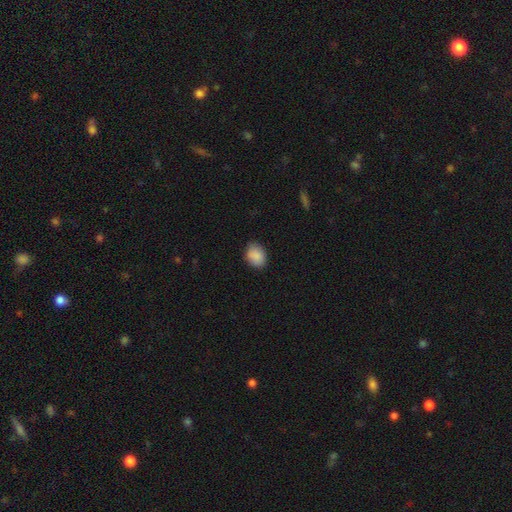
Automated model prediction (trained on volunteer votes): The model was most divided on "how rounded": in between: 62%, round: 37%, cigar-shaped: 1%. More confident: smooth or featured — smooth (89%); merging — none (82%).